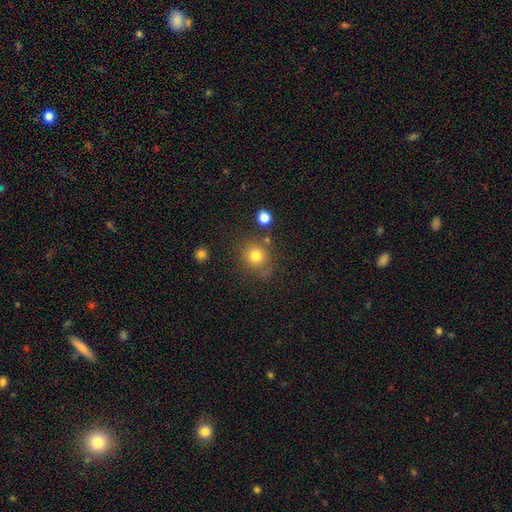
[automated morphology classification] smooth_or_featured: smooth (p=0.79) [alt: star or artifact p=0.13]
how_rounded: round (p=0.83) [alt: in between p=0.16]
merging: none (p=0.71) [alt: minor disturbance p=0.15]